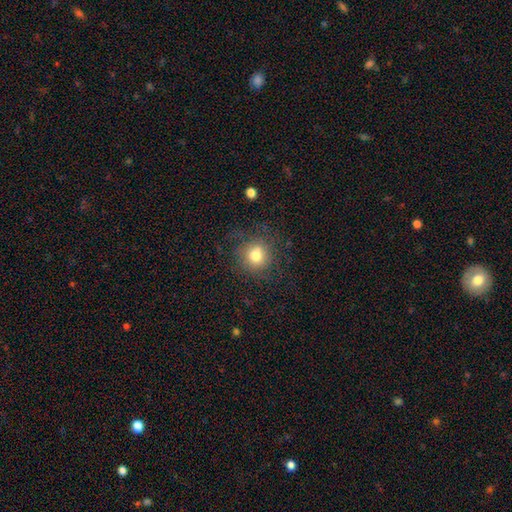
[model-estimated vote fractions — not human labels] The model was most divided on "smooth or featured": smooth: 78%, star or artifact: 13%, featured or disk: 10%. More confident: how rounded — round (89%); merging — none (78%).